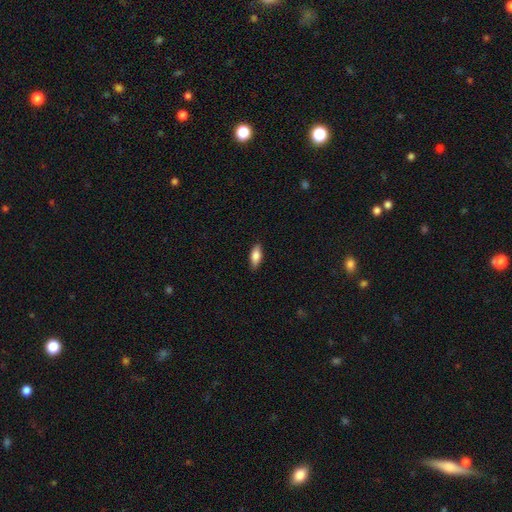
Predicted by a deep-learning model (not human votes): smooth-or-featured: smooth: 81% | featured or disk: 12% | star or artifact: 6%
  how-rounded: in between: 79% | cigar-shaped: 18% | round: 2%
  merging: none: 88% | minor disturbance: 9% | major disturbance: 2% | merger: 1%